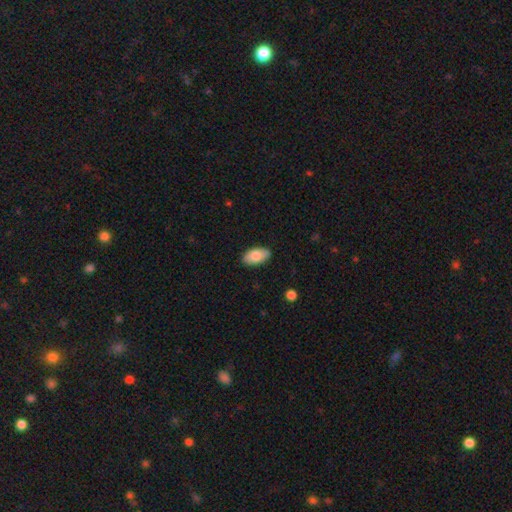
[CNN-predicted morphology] type=smooth (79%); roundness=in between (95%); merging=none (87%).